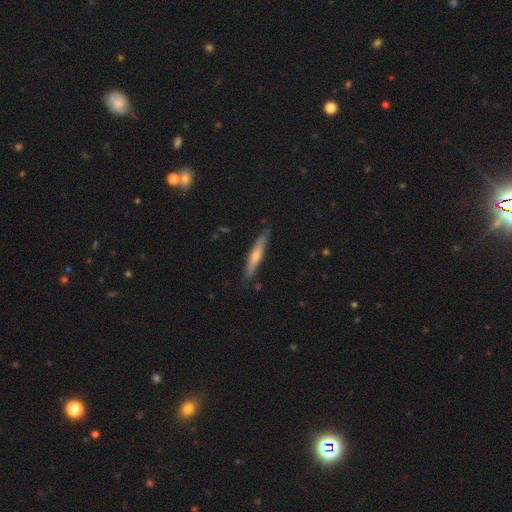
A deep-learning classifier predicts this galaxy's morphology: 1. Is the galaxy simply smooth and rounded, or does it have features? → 48% smooth, 46% featured or disk, 6% star or artifact.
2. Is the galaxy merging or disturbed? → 84% none, 12% minor disturbance, 2% major disturbance, 2% merger.